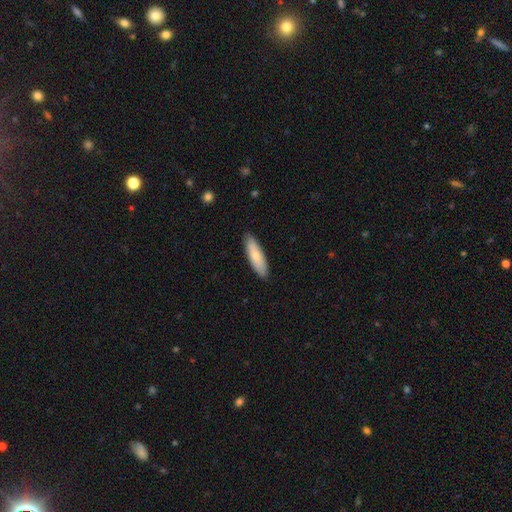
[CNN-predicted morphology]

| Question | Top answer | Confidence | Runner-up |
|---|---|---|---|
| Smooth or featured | smooth | 77% | featured or disk (18%) |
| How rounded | cigar-shaped | 53% | in between (45%) |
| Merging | none | 89% | minor disturbance (9%) |